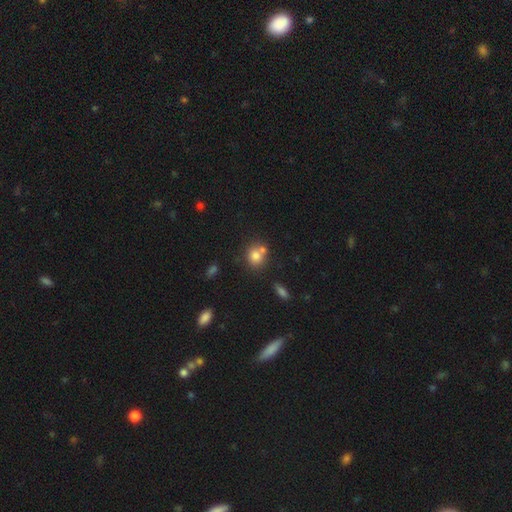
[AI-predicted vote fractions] A smooth galaxy with no disk features (77%) that is round (75%).

Vote fractions:
- Smooth or featured? smooth: 77% / star or artifact: 12% / featured or disk: 11%
- How rounded? round: 75% / in between: 24% / cigar-shaped: 1%
- Merging? none: 51% / merger: 35% / minor disturbance: 10% / major disturbance: 4%